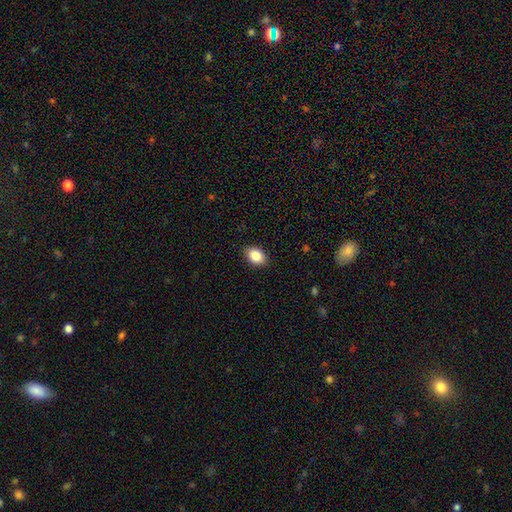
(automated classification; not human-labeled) This appears to be a smooth galaxy with no disk features (86%) that is in between round and cigar-shaped (86%). Merging: none (88%).